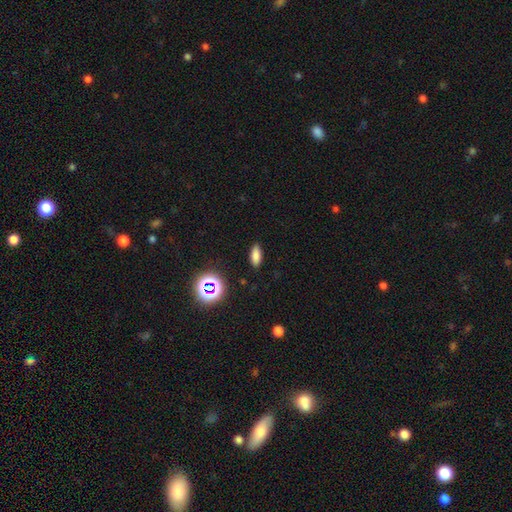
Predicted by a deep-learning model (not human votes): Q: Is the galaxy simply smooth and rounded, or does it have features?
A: smooth — 78%.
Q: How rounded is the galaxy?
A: in between — 76%.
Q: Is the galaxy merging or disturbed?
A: none — 88%.